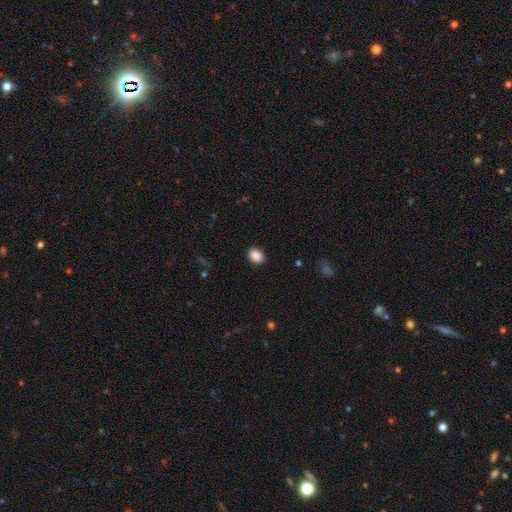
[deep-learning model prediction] Overall: smooth (89%). How rounded: in between (58%; round 41%). Merging: none (90%).